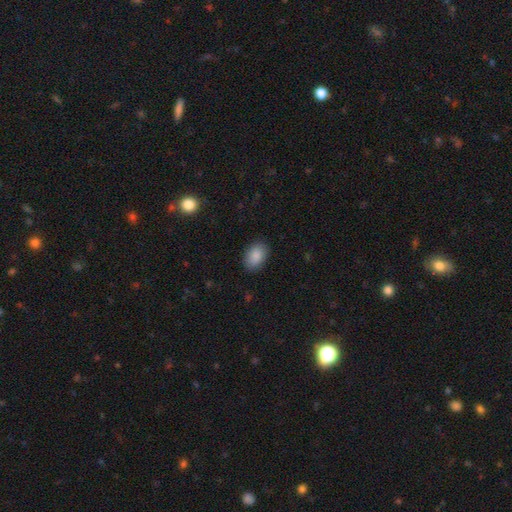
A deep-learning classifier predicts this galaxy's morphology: A smooth galaxy with no disk features (88%) that is in between round and cigar-shaped (86%). Merging: none (86%).